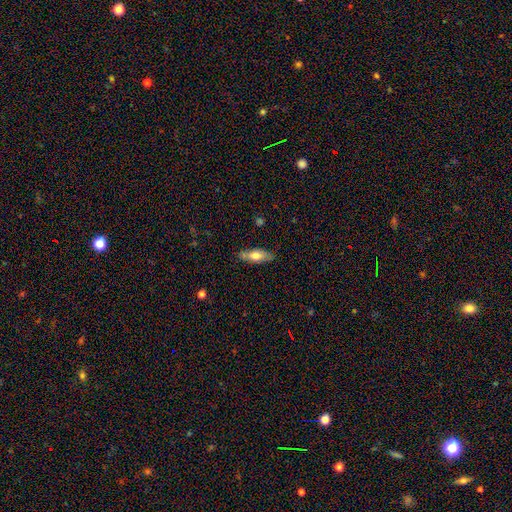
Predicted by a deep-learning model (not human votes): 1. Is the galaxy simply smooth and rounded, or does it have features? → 65% smooth, 29% featured or disk, 6% star or artifact.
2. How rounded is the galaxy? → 64% in between, 33% cigar-shaped, 3% round.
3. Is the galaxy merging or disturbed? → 77% none, 16% minor disturbance, 4% merger, 3% major disturbance.